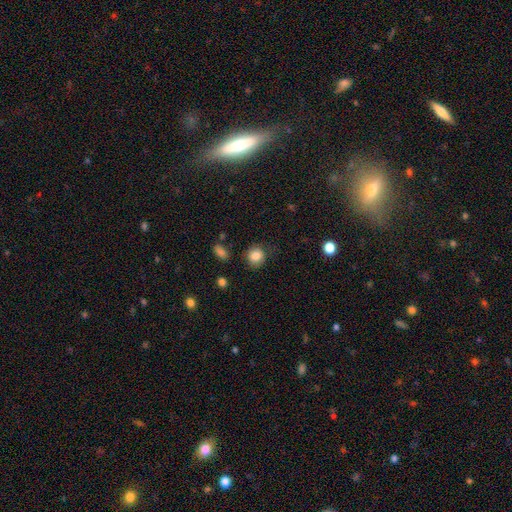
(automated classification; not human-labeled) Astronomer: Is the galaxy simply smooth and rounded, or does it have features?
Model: smooth — 84%.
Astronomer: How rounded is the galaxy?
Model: round — 82%.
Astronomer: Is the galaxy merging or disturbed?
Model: none — 79%.